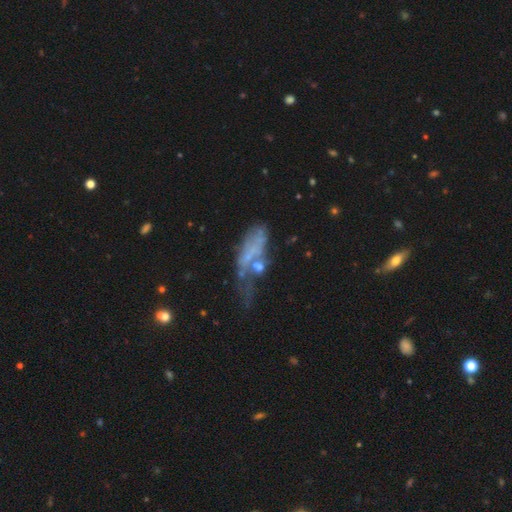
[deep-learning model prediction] Q: Smooth or featured?
A: featured or disk (53%); runner-up: smooth (30%)
Q: Edge-on disk?
A: no (80%); runner-up: yes (20%)
Q: Merging?
A: major disturbance (37%); runner-up: none (24%)